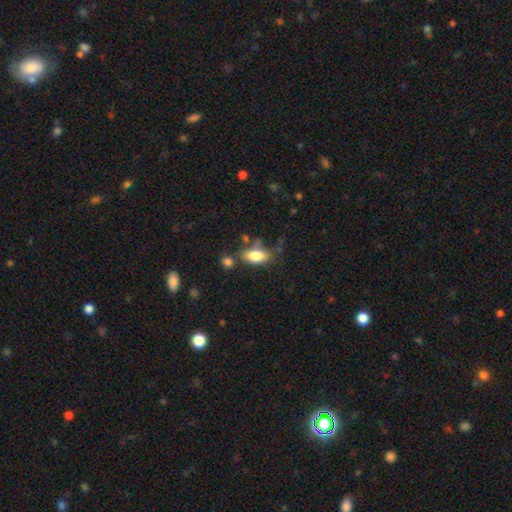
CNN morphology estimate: A smooth galaxy with no disk features (78%) that is in between round and cigar-shaped (88%).

Vote fractions:
- Smooth or featured? smooth: 78% / featured or disk: 14% / star or artifact: 8%
- How rounded? in between: 88% / cigar-shaped: 7% / round: 5%
- Merging? none: 59% / minor disturbance: 21% / merger: 14% / major disturbance: 7%